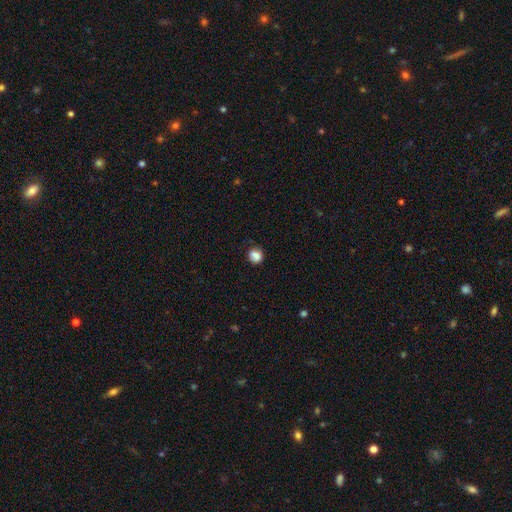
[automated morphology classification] A smooth galaxy with no disk features (80%) that is round (77%).

Vote fractions:
- Smooth or featured? smooth: 80% / star or artifact: 11% / featured or disk: 8%
- How rounded? round: 77% / in between: 22% / cigar-shaped: 1%
- Merging? none: 71% / minor disturbance: 18% / merger: 7% / major disturbance: 5%